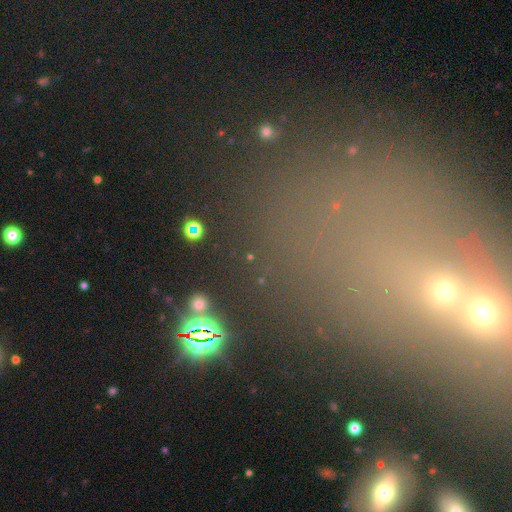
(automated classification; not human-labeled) The model was most divided on "smooth or featured": star or artifact: 54%, smooth: 30%, featured or disk: 16%.